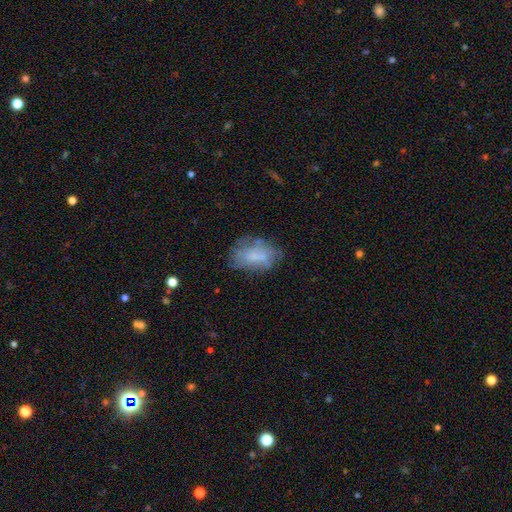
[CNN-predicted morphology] type=smooth (56%); roundness=in between (89%); merging=none (55%).